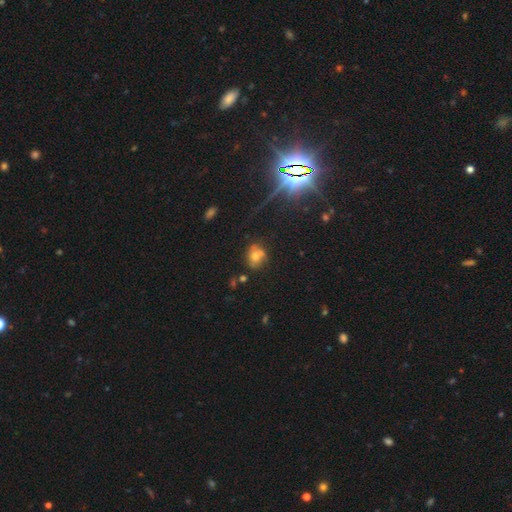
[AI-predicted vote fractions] Smooth or featured?
  - smooth: 52% *
  - featured or disk: 30%
  - star or artifact: 18%
How rounded?
  - round: 58% *
  - in between: 41%
  - cigar-shaped: 1%
Merging?
  - none: 61% *
  - minor disturbance: 22%
  - major disturbance: 9%
  - merger: 8%